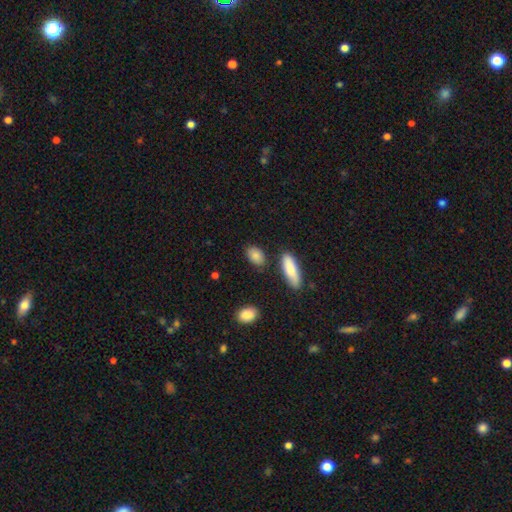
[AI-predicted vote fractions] smooth 86%, star or artifact 7%, featured or disk 7%. Down the decision tree: how rounded — in between (83%); merging — none (80%).